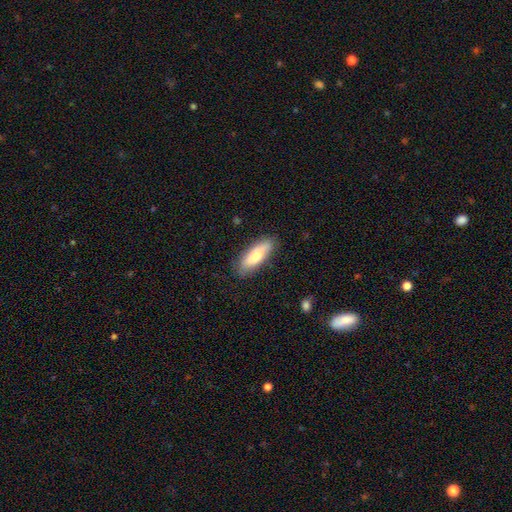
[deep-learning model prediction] A smooth galaxy with no disk features (71%) that is in between round and cigar-shaped (58%).

Vote fractions:
- Smooth or featured? smooth: 71% / featured or disk: 23% / star or artifact: 6%
- How rounded? in between: 58% / cigar-shaped: 40% / round: 2%
- Merging? none: 84% / minor disturbance: 13% / major disturbance: 3% / merger: 1%